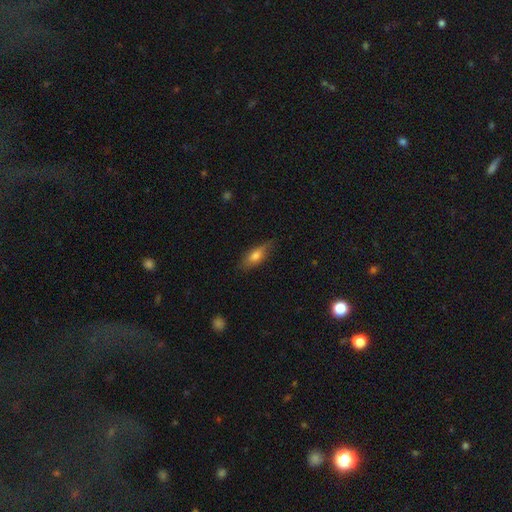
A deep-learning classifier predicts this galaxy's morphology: Smooth or featured: smooth — 71% (featured or disk — 22%)
How rounded: in between — 69% (cigar-shaped — 28%)
Merging: none — 72% (minor disturbance — 22%)